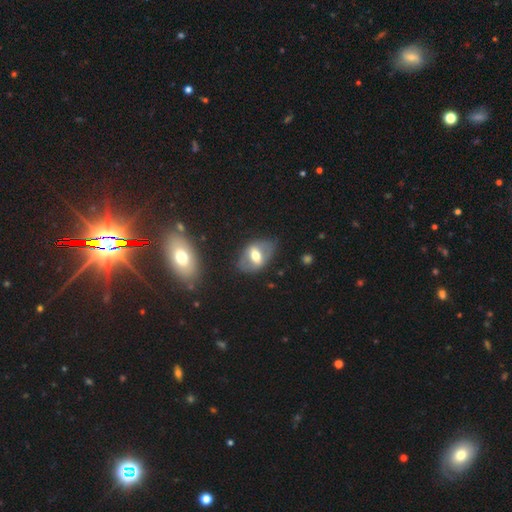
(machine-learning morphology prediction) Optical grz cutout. It shows a featured or disk galaxy (53%). Merging: none (70%).